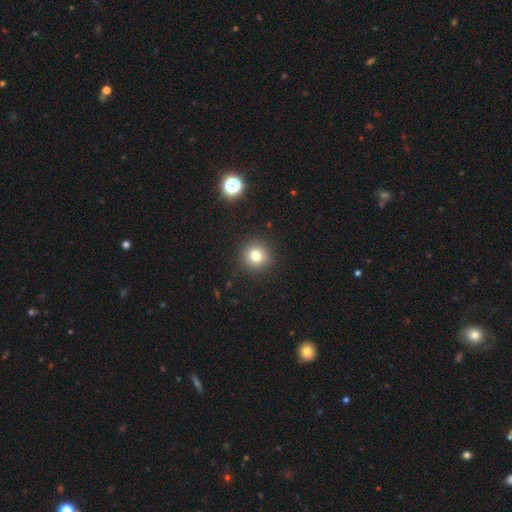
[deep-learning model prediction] smooth-or-featured: smooth: 79% | star or artifact: 13% | featured or disk: 7%
  how-rounded: round: 91% | in between: 8% | cigar-shaped: 1%
  merging: none: 90% | minor disturbance: 6% | major disturbance: 2% | merger: 1%